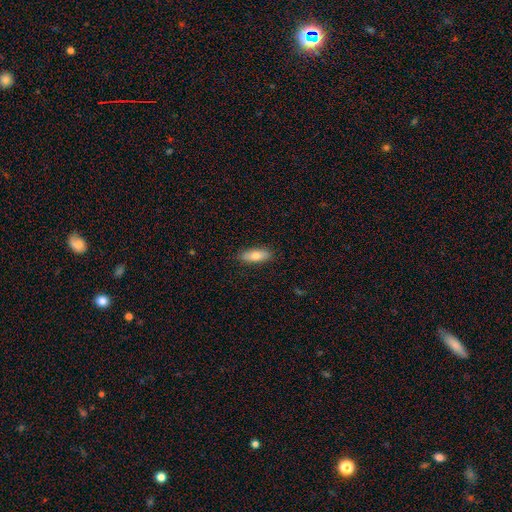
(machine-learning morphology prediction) Smooth or featured?
  - smooth: 79% *
  - featured or disk: 15%
  - star or artifact: 6%
How rounded?
  - in between: 64% *
  - cigar-shaped: 34%
  - round: 2%
Merging?
  - none: 88% *
  - minor disturbance: 9%
  - major disturbance: 2%
  - merger: 1%